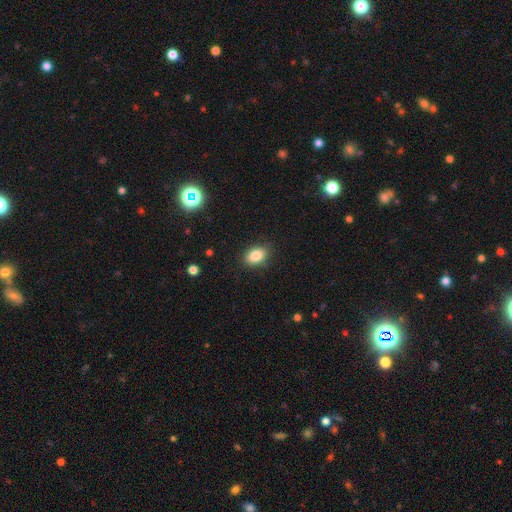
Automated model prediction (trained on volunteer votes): smooth 85%, star or artifact 9%, featured or disk 6%. Down the decision tree: how rounded — in between (81%); merging — none (85%).